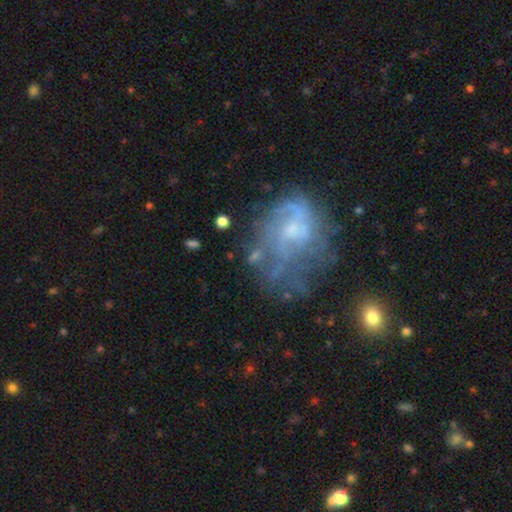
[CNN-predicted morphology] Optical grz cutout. It shows a featured or disk galaxy (61%) with no bar (67%), spiral arms (52%) and a small central bulge (39%). Merging: none (36%).